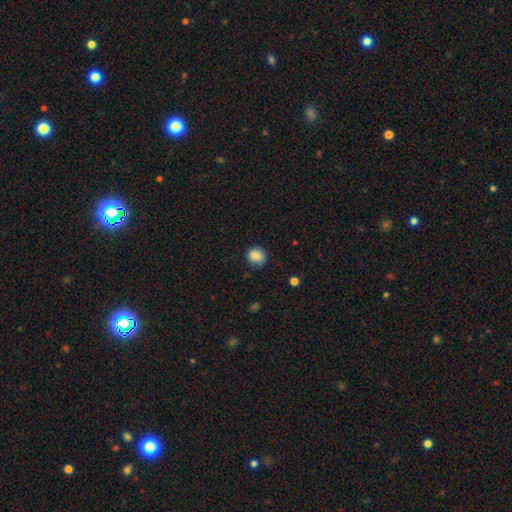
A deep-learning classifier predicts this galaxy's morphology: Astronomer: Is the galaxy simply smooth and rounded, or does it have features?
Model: smooth — 87%.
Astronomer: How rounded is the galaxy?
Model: round — 85%.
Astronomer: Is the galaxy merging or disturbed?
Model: none — 80%.